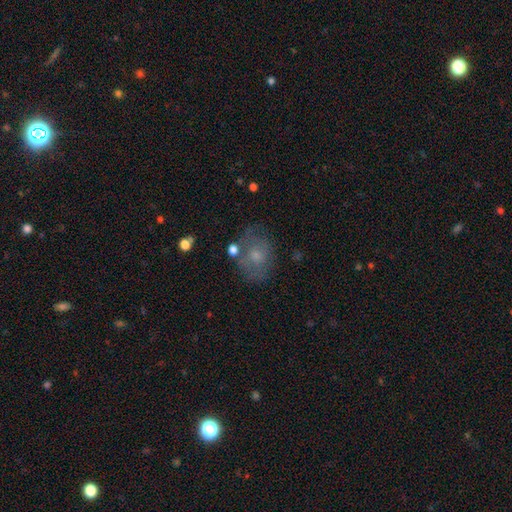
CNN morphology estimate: A smooth galaxy with no disk features (57%) that is in between round and cigar-shaped (52%). Merging: none (61%).